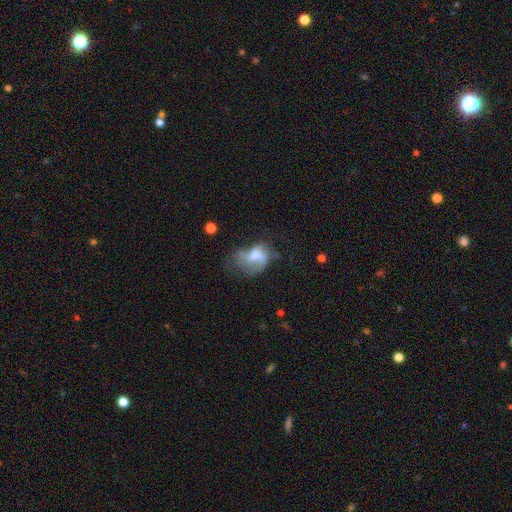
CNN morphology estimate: A featured or disk galaxy (45%).

Vote fractions:
- Smooth or featured? featured or disk: 45% / smooth: 44% / star or artifact: 10%
- Merging? major disturbance: 43% / none: 27% / minor disturbance: 24% / merger: 6%